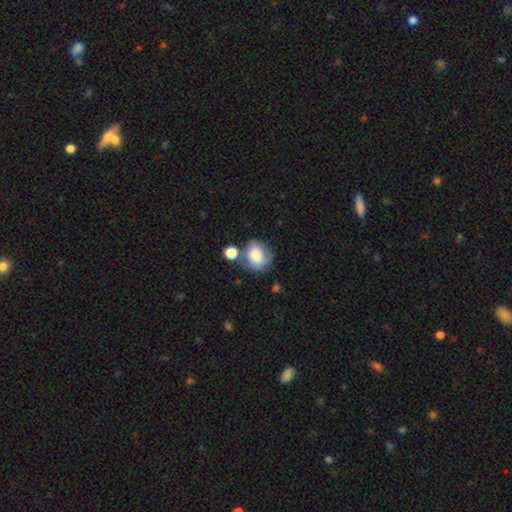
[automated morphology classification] Smooth or featured?
  - smooth: 67% *
  - featured or disk: 24%
  - star or artifact: 9%
How rounded?
  - round: 60% *
  - in between: 39%
  - cigar-shaped: 1%
Merging?
  - none: 53% *
  - minor disturbance: 22%
  - merger: 16%
  - major disturbance: 9%